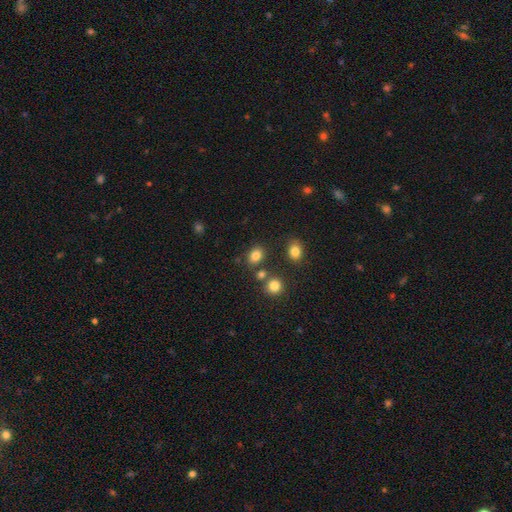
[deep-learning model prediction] smooth_or_featured: smooth (p=0.82) [alt: star or artifact p=0.12]
how_rounded: in between (p=0.56) [alt: round p=0.43]
merging: none (p=0.76) [alt: minor disturbance p=0.11]